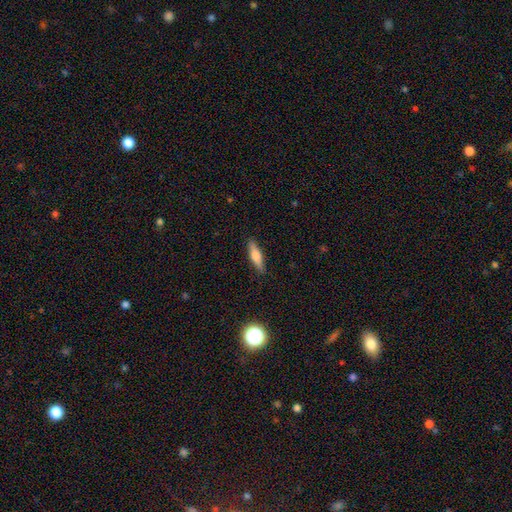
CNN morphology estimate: The model was most divided on "smooth or featured": smooth: 59%, featured or disk: 34%, star or artifact: 7%. More confident: merging — none (88%); how rounded — cigar-shaped (72%).